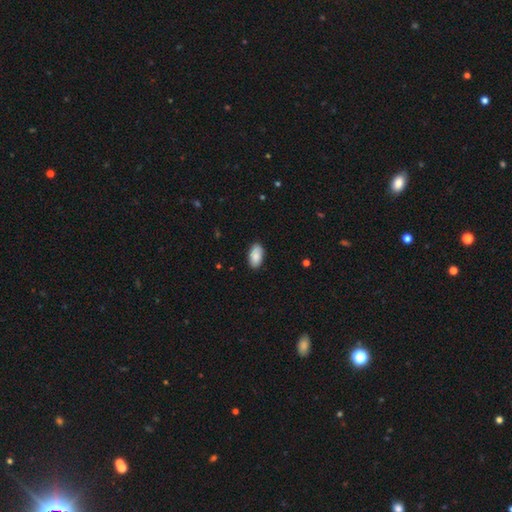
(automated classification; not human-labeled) The model was most divided on "merging": none: 87%, minor disturbance: 10%, major disturbance: 2%, merger: 1%. More confident: how rounded — in between (95%); smooth or featured — smooth (87%).